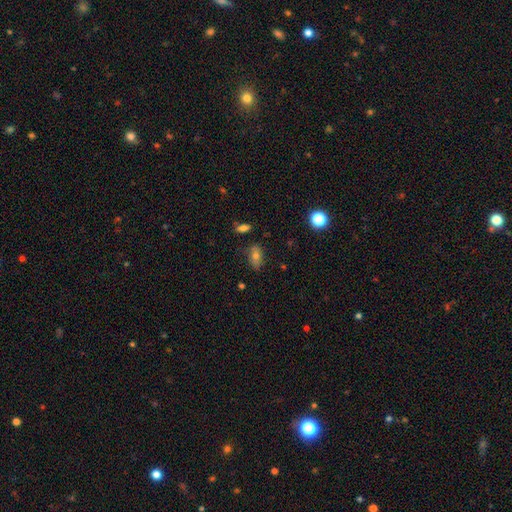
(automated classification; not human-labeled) smooth 69%, featured or disk 17%, star or artifact 13%. Down the decision tree: how rounded — in between (84%); merging — none (75%).